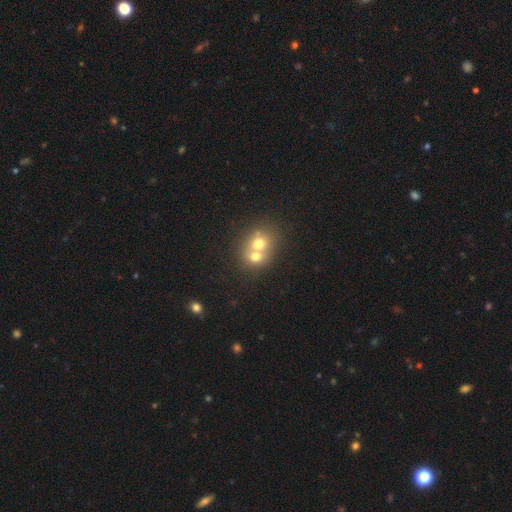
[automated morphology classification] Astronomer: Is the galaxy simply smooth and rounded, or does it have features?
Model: smooth — 62%.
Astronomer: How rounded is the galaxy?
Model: round — 70%.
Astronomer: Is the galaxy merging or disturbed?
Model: merger — 65%.